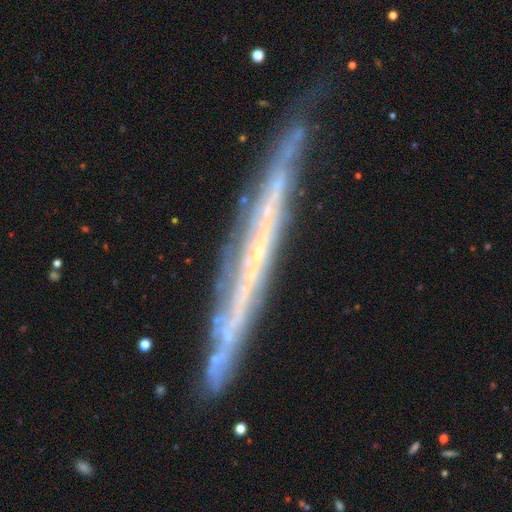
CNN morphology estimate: Q: Smooth or featured?
A: featured or disk (78%); runner-up: smooth (15%)
Q: Edge-on disk?
A: yes (88%); runner-up: no (12%)
Q: Edge-on bulge?
A: none (81%); runner-up: rounded (15%)
Q: Merging?
A: none (76%); runner-up: minor disturbance (19%)